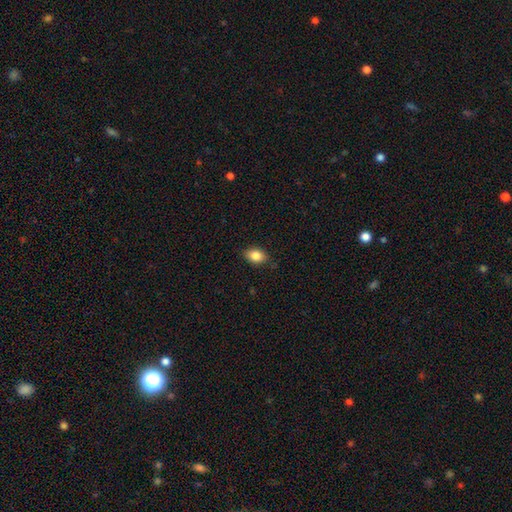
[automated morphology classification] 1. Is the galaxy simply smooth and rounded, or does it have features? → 85% smooth, 9% star or artifact, 7% featured or disk.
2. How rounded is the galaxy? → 79% in between, 20% round, 1% cigar-shaped.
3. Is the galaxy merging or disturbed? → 84% none, 13% minor disturbance, 3% major disturbance, 1% merger.